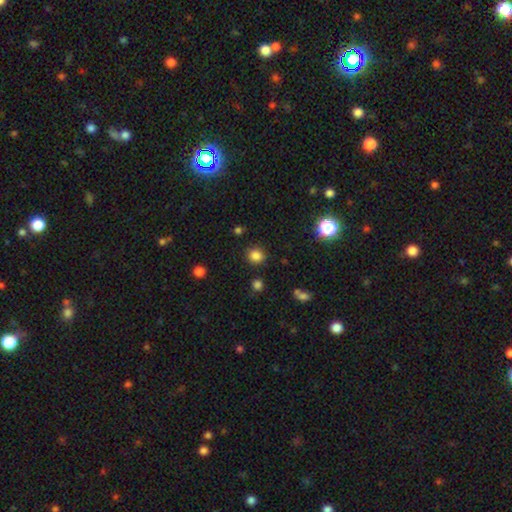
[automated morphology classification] Smooth or featured? Predicted: smooth (p=0.83). How rounded? Predicted: round (p=0.81). Merging? Predicted: none (p=0.87).